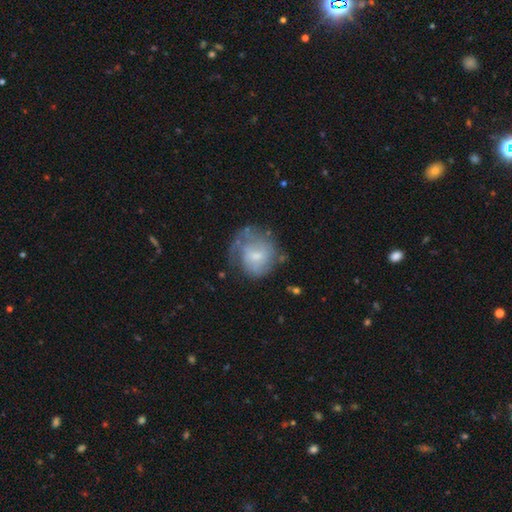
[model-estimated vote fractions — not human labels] This is possibly a featured or disk galaxy (53%). It is clearly not viewed edge-on (97%). Bar: possibly no (51%). Spiral arm pattern: likely yes (71%). Central bulge: possibly small (48%). Merging: possibly none (47%).